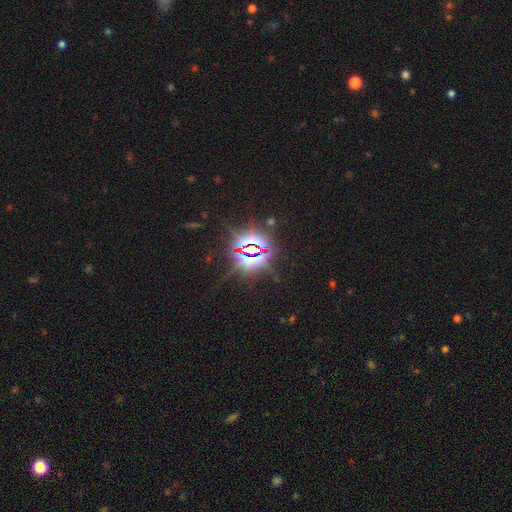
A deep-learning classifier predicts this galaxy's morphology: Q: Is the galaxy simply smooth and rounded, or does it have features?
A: star or artifact — 85%.